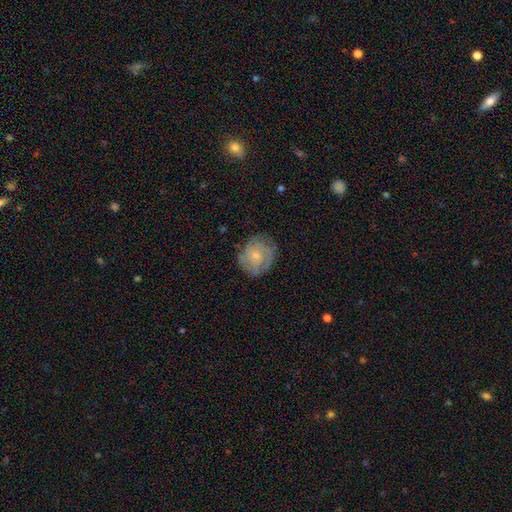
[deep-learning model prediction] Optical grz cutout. It shows a featured or disk galaxy (63%) with no bar (78%), tight (59%) spiral arms (84%) and a small central bulge (71%). Merging: none (71%).